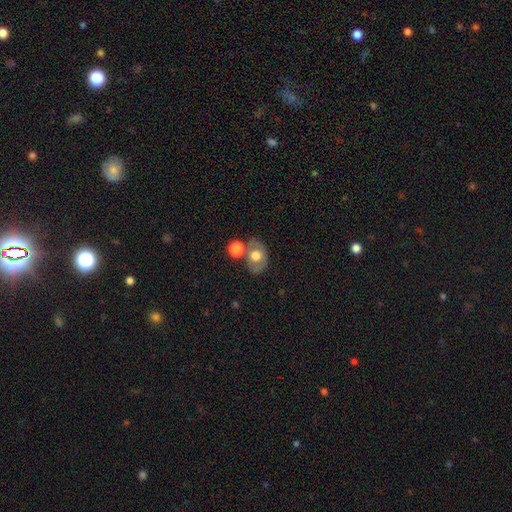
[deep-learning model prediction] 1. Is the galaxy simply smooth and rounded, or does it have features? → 58% smooth, 33% featured or disk, 9% star or artifact.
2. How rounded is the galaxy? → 66% in between, 33% round, 1% cigar-shaped.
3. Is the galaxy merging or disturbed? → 57% none, 22% merger, 15% minor disturbance, 6% major disturbance.